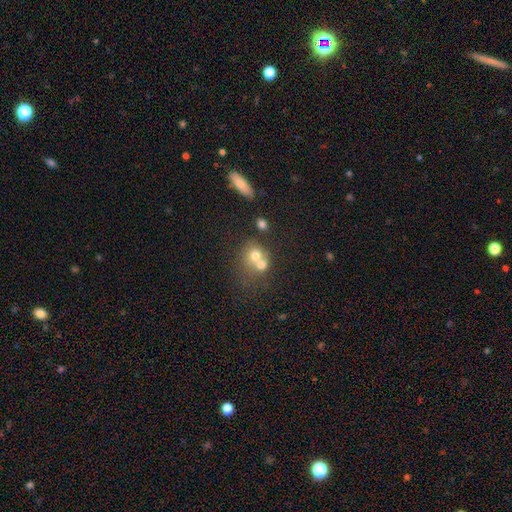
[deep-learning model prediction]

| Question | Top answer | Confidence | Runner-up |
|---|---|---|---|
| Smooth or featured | smooth | 66% | featured or disk (22%) |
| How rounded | round | 70% | in between (29%) |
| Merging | merger | 59% | none (27%) |